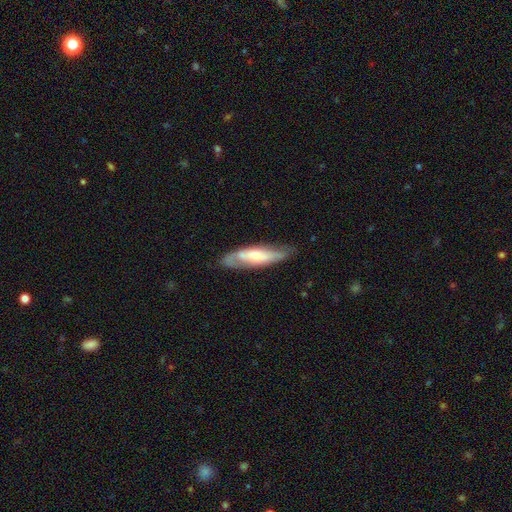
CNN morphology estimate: This is possibly a featured or disk galaxy (52%). It is possibly not viewed edge-on (60%). Merging: likely none (64%).